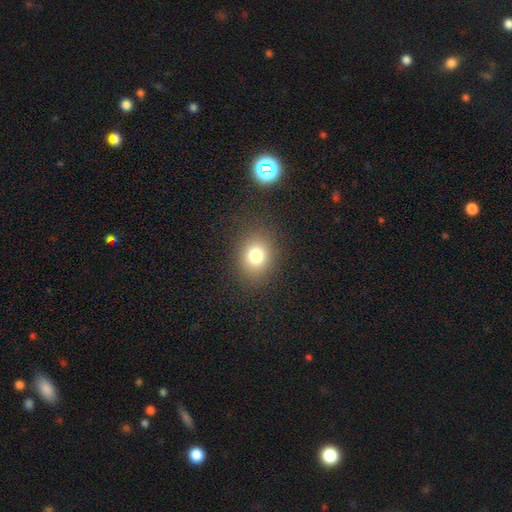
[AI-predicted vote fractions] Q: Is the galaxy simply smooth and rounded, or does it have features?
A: smooth — 77%.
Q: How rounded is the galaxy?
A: round — 57%.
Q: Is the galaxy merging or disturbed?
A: none — 85%.